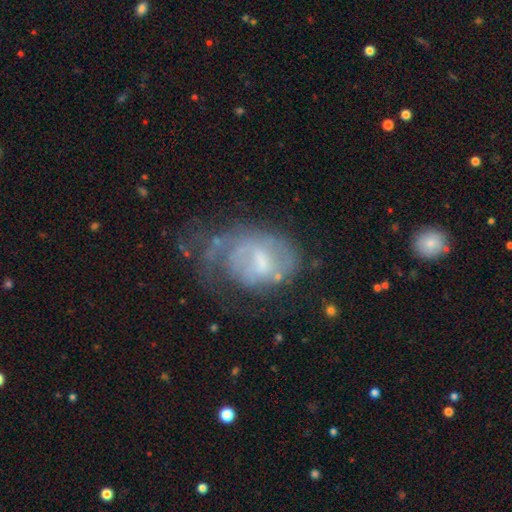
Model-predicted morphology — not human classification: Smooth or featured? Predicted: featured or disk (p=0.67). Edge-on disk? Predicted: no (p=0.97). Bar? Predicted: weak (p=0.49). Spiral arms? Predicted: yes (p=0.68). Bulge size? Predicted: moderate (p=0.38). Merging? Predicted: none (p=0.36).